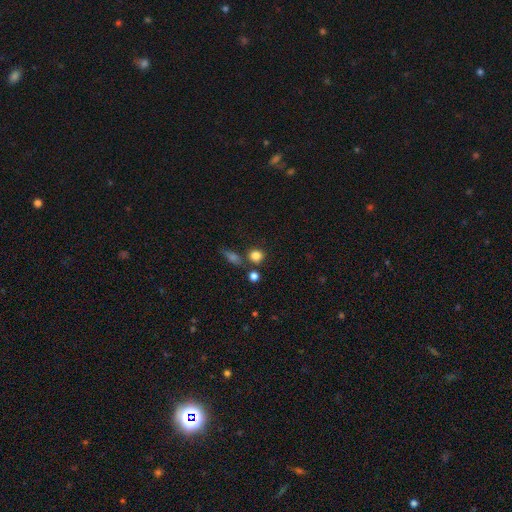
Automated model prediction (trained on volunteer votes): Morphology: type=smooth (81%); roundness=round (81%); merging=none (69%).